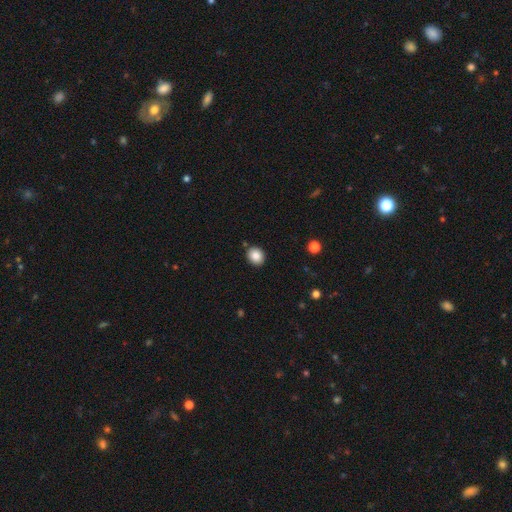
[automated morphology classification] A smooth galaxy with no disk features (87%) that is round (64%).

Vote fractions:
- Smooth or featured? smooth: 87% / star or artifact: 9% / featured or disk: 4%
- How rounded? round: 64% / in between: 35% / cigar-shaped: 1%
- Merging? none: 86% / minor disturbance: 9% / merger: 3% / major disturbance: 2%